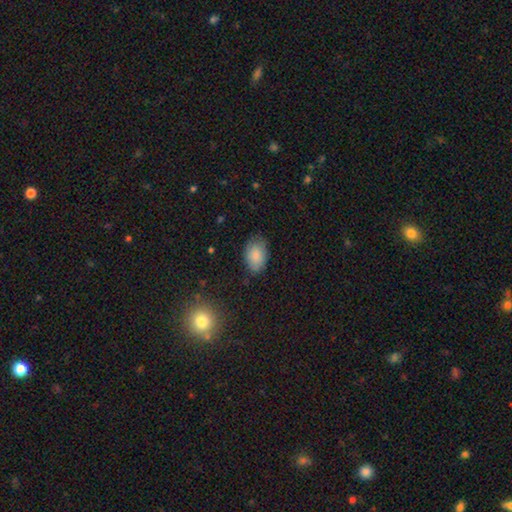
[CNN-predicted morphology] A smooth galaxy with no disk features (83%) that is in between round and cigar-shaped (88%).

Vote fractions:
- Smooth or featured? smooth: 83% / featured or disk: 9% / star or artifact: 8%
- How rounded? in between: 88% / round: 11% / cigar-shaped: 1%
- Merging? none: 76% / minor disturbance: 18% / major disturbance: 4% / merger: 1%